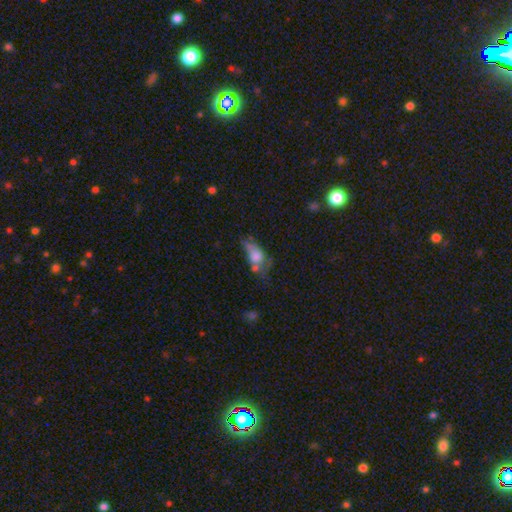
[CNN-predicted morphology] Q: Smooth or featured?
A: smooth (62%); runner-up: featured or disk (27%)
Q: How rounded?
A: in between (76%); runner-up: round (17%)
Q: Merging?
A: major disturbance (28%); runner-up: merger (27%)